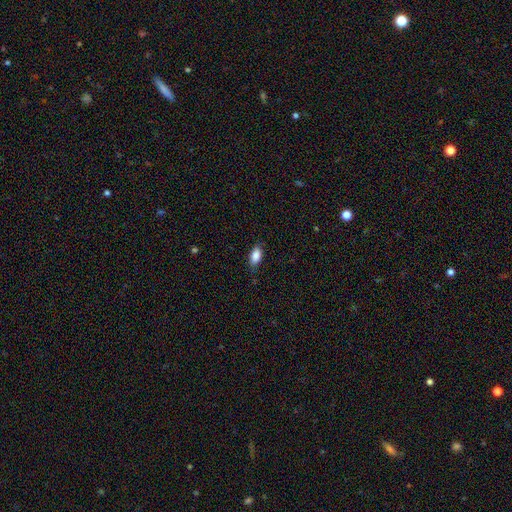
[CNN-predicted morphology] smooth 87%, star or artifact 7%, featured or disk 5%. Down the decision tree: how rounded — in between (90%); merging — none (81%).